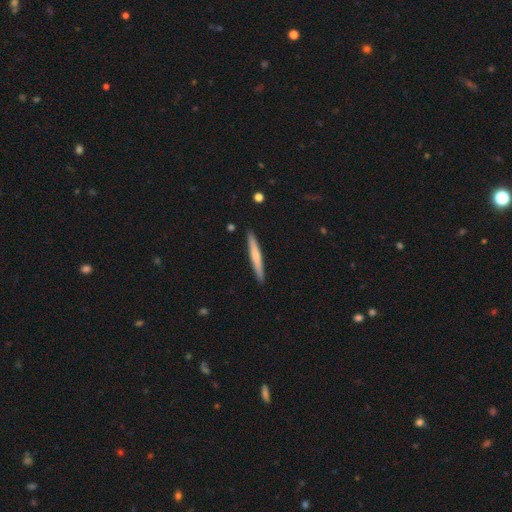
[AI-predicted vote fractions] Smooth or featured? smooth (55%)
How rounded? cigar-shaped (96%)
Merging? none (91%)